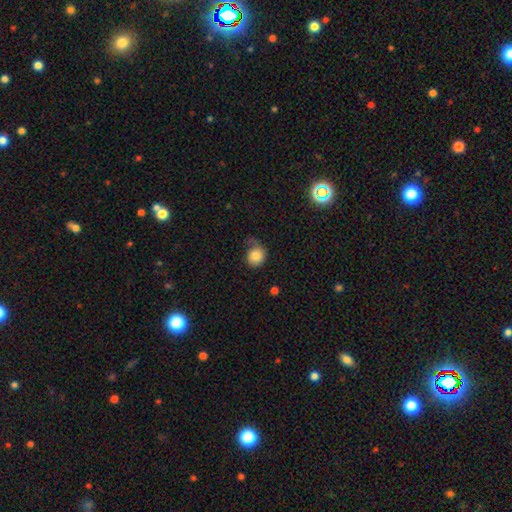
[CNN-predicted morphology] smooth_or_featured: smooth (p=0.80) [alt: featured or disk p=0.11]
how_rounded: round (p=0.77) [alt: in between p=0.22]
merging: none (p=0.43) [alt: minor disturbance p=0.30]